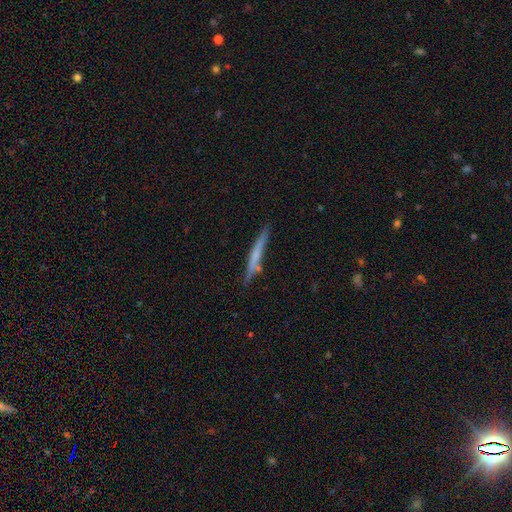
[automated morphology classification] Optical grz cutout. It shows a smooth galaxy with no disk features (52%) that is cigar-shaped (95%). Merging: none (78%).